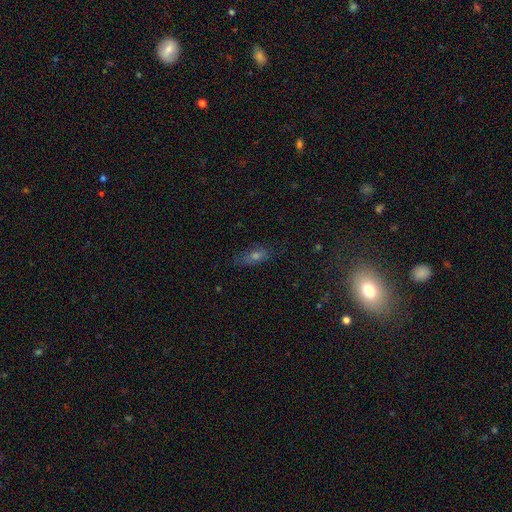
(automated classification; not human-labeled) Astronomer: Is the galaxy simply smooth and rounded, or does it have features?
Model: smooth — 48% (runner-up: featured or disk, 27%).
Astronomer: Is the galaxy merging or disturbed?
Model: none — 78%.